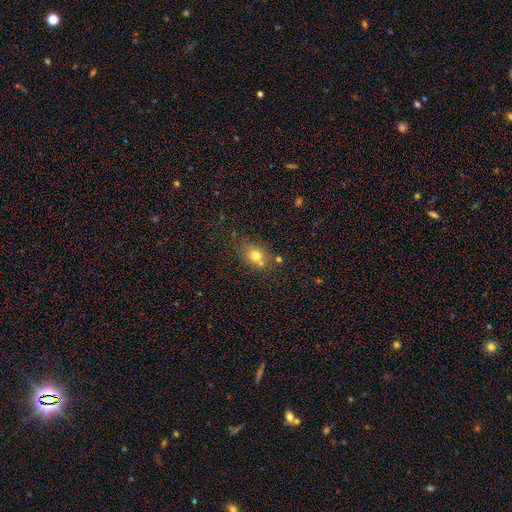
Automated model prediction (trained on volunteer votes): smooth-or-featured: smooth: 72% | star or artifact: 15% | featured or disk: 13%
  how-rounded: round: 63% | in between: 36% | cigar-shaped: 1%
  merging: none: 64% | merger: 18% | minor disturbance: 13% | major disturbance: 5%